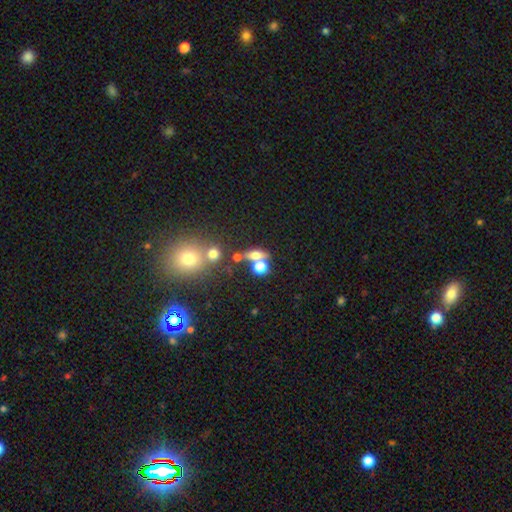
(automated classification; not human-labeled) Smooth or featured? Predicted: smooth (p=0.59). How rounded? Predicted: in between (p=0.47). Merging? Predicted: none (p=0.48).